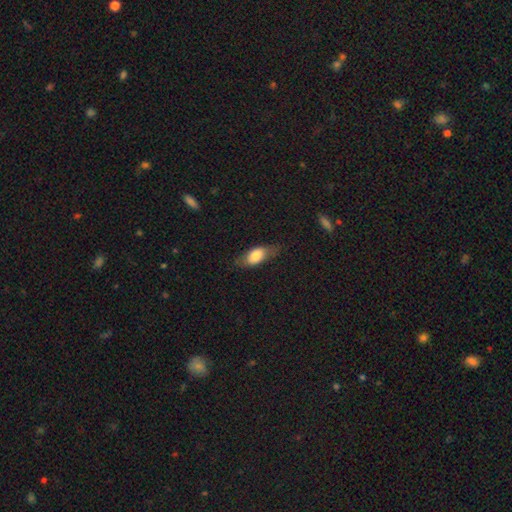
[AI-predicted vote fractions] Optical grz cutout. It shows a smooth galaxy with no disk features (71%) that is in between round and cigar-shaped (81%). Merging: none (69%).